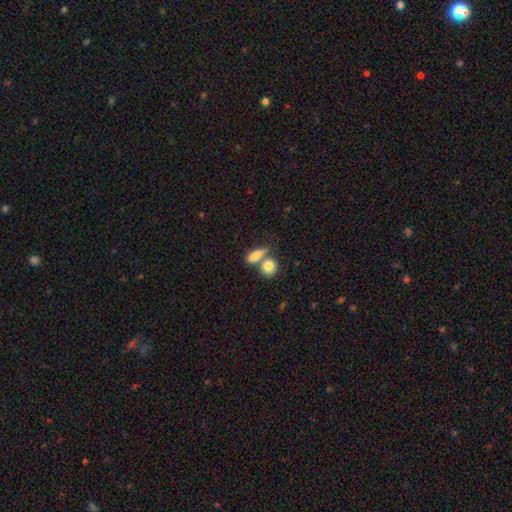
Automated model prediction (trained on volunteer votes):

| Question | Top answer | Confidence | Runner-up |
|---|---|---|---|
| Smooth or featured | smooth | 79% | featured or disk (13%) |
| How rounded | in between | 63% | round (18%) |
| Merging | merger | 43% | none (42%) |